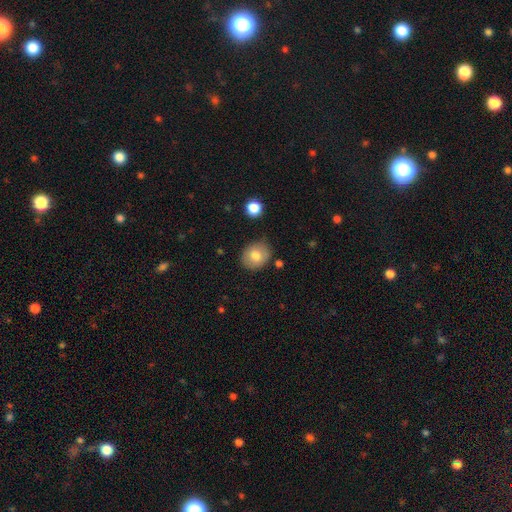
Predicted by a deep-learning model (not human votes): The model was most divided on "how rounded": round: 65%, in between: 34%, cigar-shaped: 1%. More confident: merging — none (81%); smooth or featured — smooth (75%).